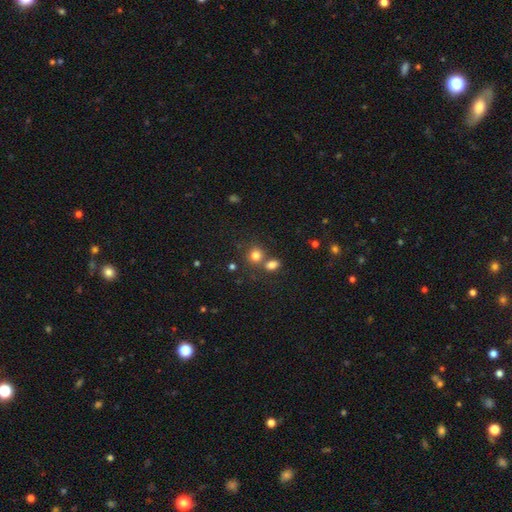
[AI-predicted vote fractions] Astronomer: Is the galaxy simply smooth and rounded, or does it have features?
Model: smooth — 79%.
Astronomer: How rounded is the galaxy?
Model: round — 75%.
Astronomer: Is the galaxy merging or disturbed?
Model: none — 57%.